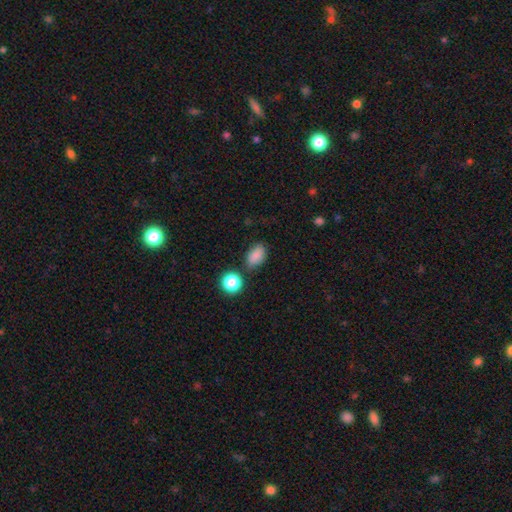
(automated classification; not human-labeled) The model was most divided on "merging": none: 73%, minor disturbance: 17%, merger: 6%, major disturbance: 4%. More confident: how rounded — in between (85%); smooth or featured — smooth (84%).